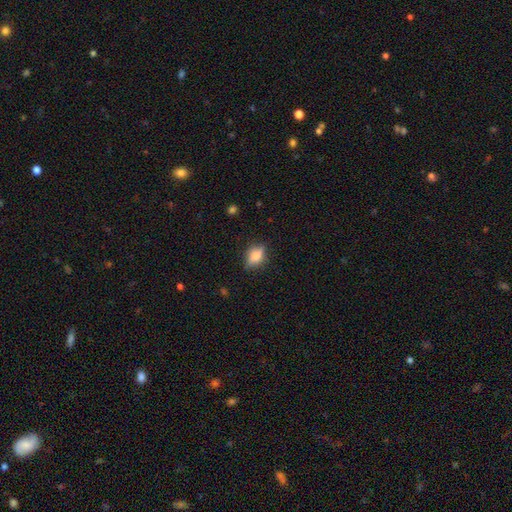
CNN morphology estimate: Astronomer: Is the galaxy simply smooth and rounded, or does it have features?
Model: smooth — 63%.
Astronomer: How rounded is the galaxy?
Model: in between — 72%.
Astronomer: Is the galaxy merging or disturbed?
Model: none — 76%.